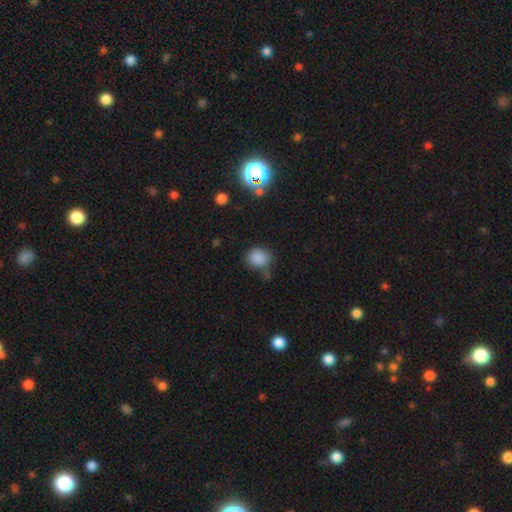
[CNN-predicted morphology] Smooth or featured? smooth (78%)
How rounded? round (77%)
Merging? none (67%)